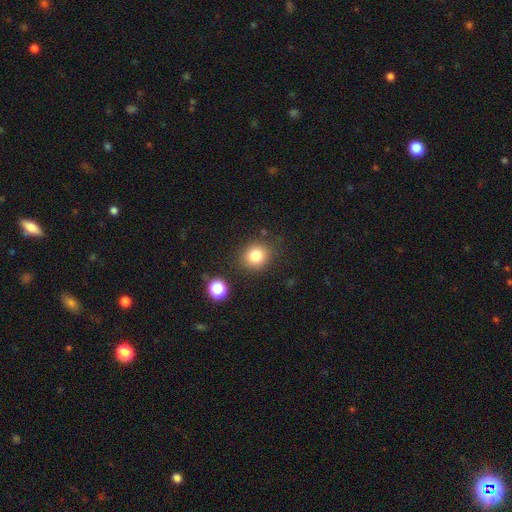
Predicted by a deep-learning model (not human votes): Smooth or featured: smooth — 80% (star or artifact — 12%)
How rounded: round — 83% (in between — 16%)
Merging: none — 82% (minor disturbance — 11%)